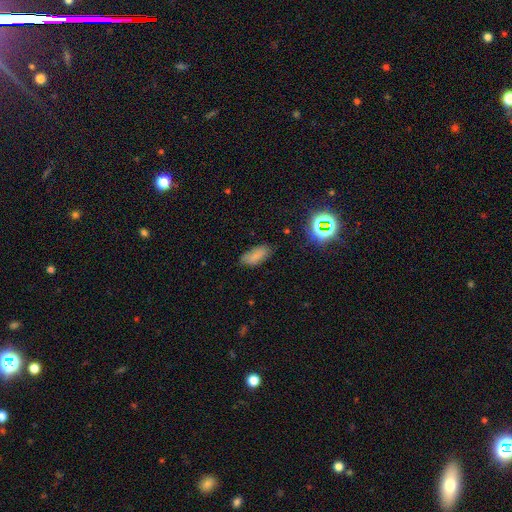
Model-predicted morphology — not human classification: Smooth or featured?
  - smooth: 77% *
  - star or artifact: 14%
  - featured or disk: 9%
How rounded?
  - in between: 87% *
  - cigar-shaped: 10%
  - round: 3%
Merging?
  - none: 73% *
  - minor disturbance: 20%
  - major disturbance: 5%
  - merger: 2%